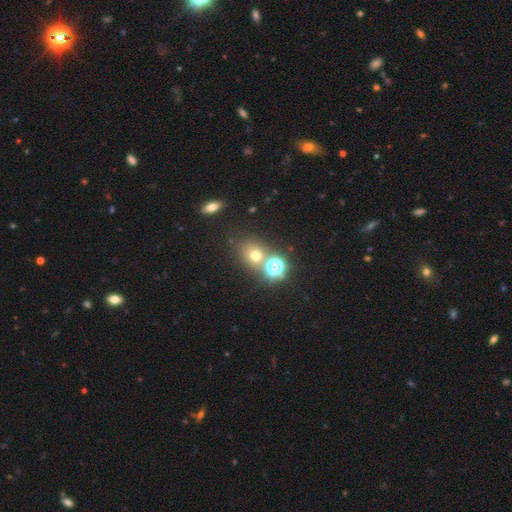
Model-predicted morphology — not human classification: The model was most divided on "smooth or featured": smooth: 63%, star or artifact: 26%, featured or disk: 11%. More confident: how rounded — round (70%); merging — none (63%).